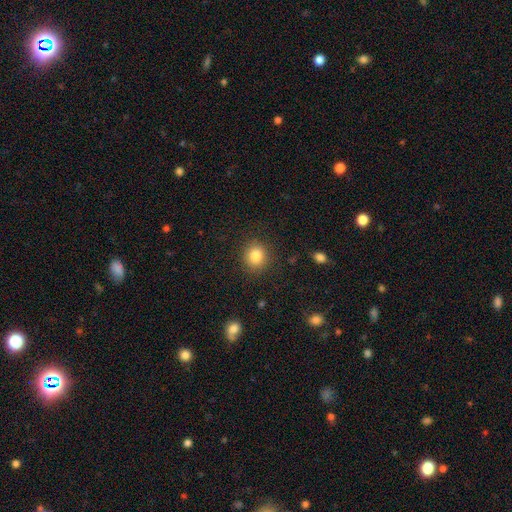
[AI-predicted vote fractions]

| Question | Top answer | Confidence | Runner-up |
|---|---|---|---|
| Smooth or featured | smooth | 83% | star or artifact (10%) |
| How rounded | round | 83% | in between (16%) |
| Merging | none | 89% | minor disturbance (8%) |